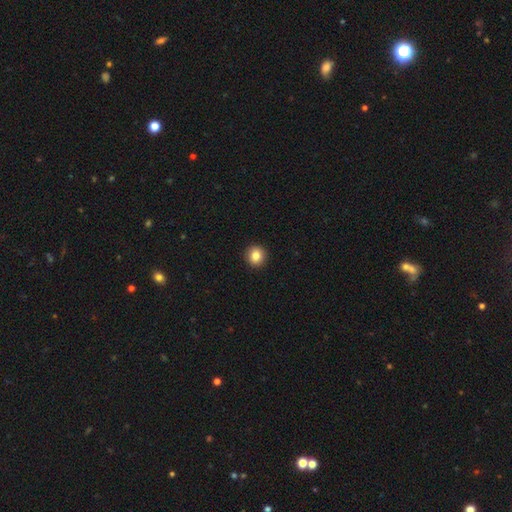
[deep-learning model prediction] Q: Smooth or featured?
A: smooth (84%); runner-up: star or artifact (10%)
Q: How rounded?
A: round (91%); runner-up: in between (8%)
Q: Merging?
A: none (93%); runner-up: minor disturbance (4%)